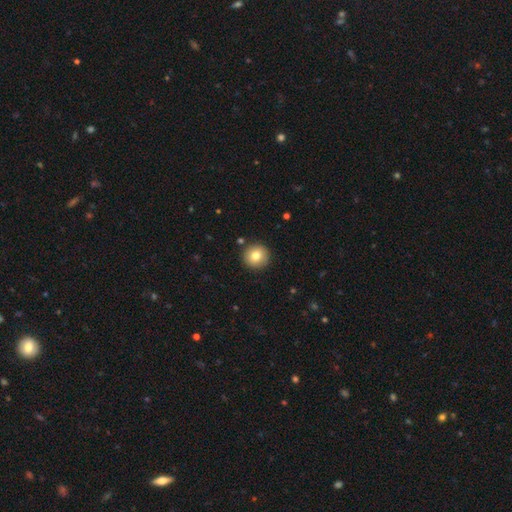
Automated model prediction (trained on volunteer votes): Smooth or featured: smooth — 79% (featured or disk — 11%)
How rounded: round — 95% (in between — 4%)
Merging: none — 90% (minor disturbance — 6%)